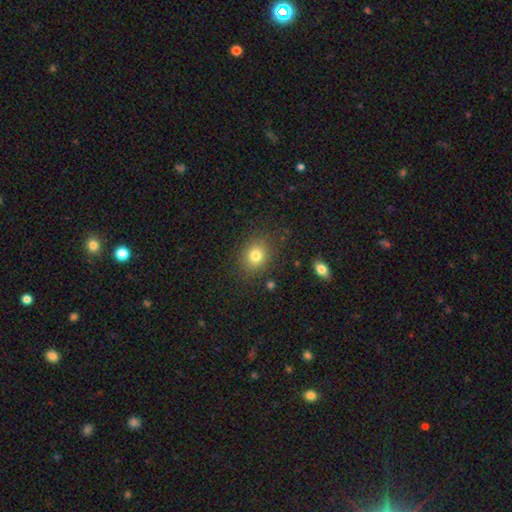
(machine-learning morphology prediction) A smooth galaxy with no disk features (79%) that is round (61%). Merging: none (85%).